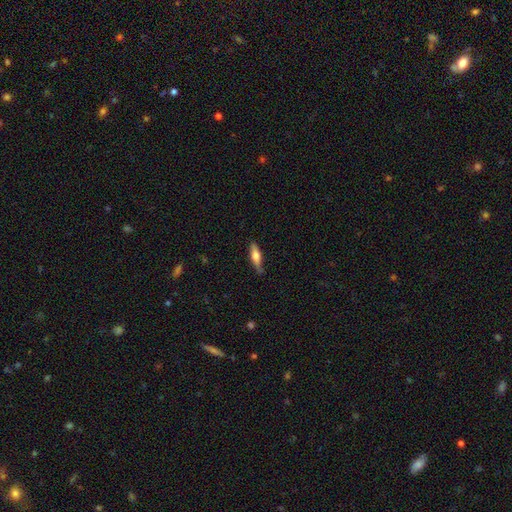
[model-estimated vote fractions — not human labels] smooth 53%, featured or disk 41%, star or artifact 6%. Down the decision tree: how rounded — cigar-shaped (65%); merging — none (77%).